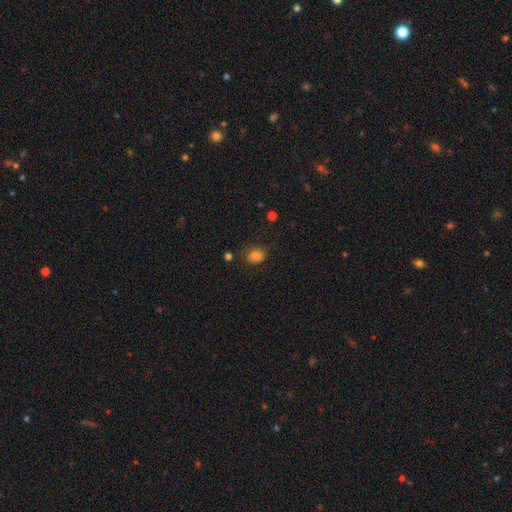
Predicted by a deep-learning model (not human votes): A smooth galaxy with no disk features (78%) that is in between round and cigar-shaped (50%).

Vote fractions:
- Smooth or featured? smooth: 78% / star or artifact: 14% / featured or disk: 7%
- How rounded? in between: 50% / round: 49% / cigar-shaped: 1%
- Merging? none: 63% / minor disturbance: 24% / major disturbance: 9% / merger: 4%